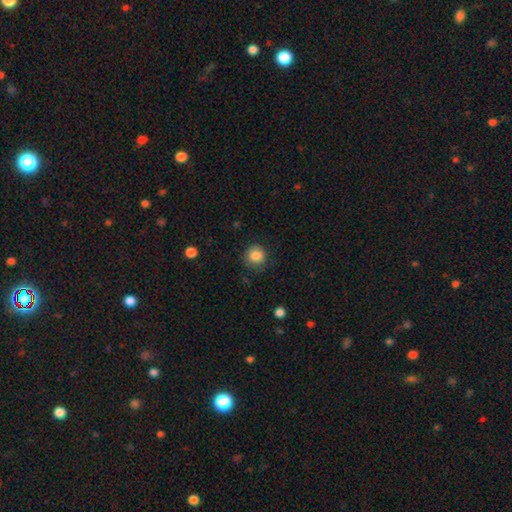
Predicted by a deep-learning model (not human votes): Overall: smooth (84%). How rounded: round (90%). Merging: none (82%).